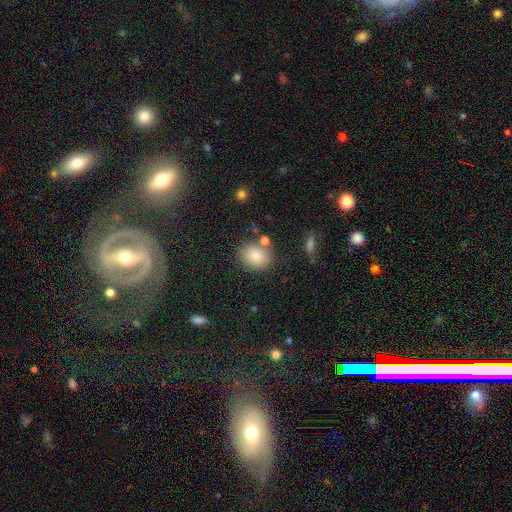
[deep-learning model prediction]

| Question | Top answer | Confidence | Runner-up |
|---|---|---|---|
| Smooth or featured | smooth | 82% | star or artifact (9%) |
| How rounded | round | 57% | in between (42%) |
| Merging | none | 75% | minor disturbance (12%) |